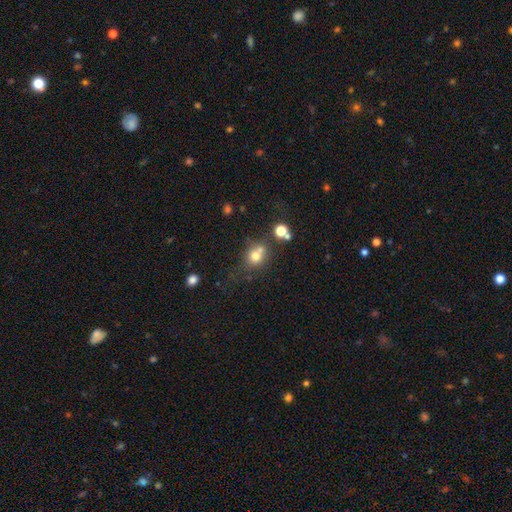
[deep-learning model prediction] Overall: smooth (71%). How rounded: round (78%). Merging: none (49%; merger 35%).